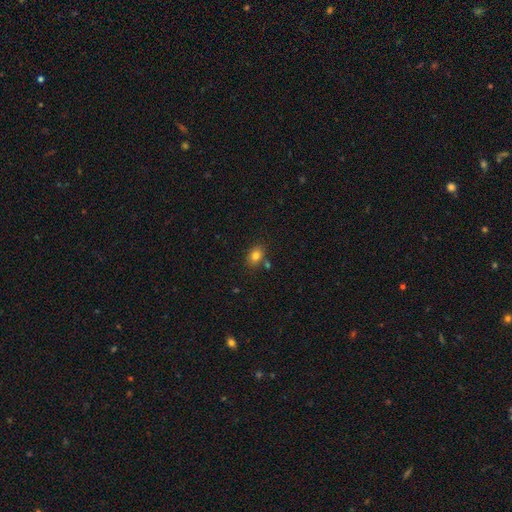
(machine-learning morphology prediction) smooth 80%, star or artifact 11%, featured or disk 9%. Down the decision tree: how rounded — in between (66%); merging — none (76%).